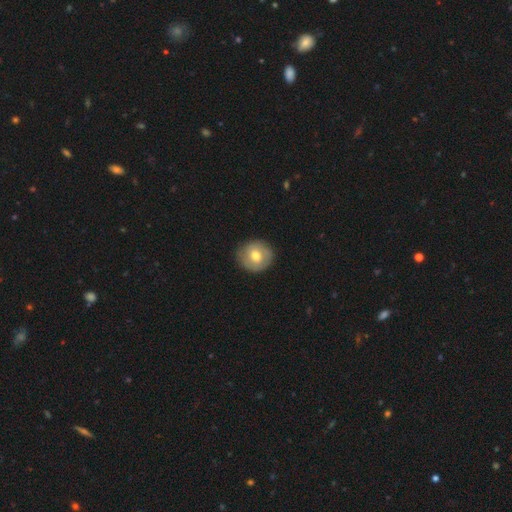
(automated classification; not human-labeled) smooth_or_featured: smooth (p=0.62) [alt: featured or disk p=0.31]
how_rounded: round (p=0.86) [alt: in between p=0.13]
merging: none (p=0.86) [alt: minor disturbance p=0.10]